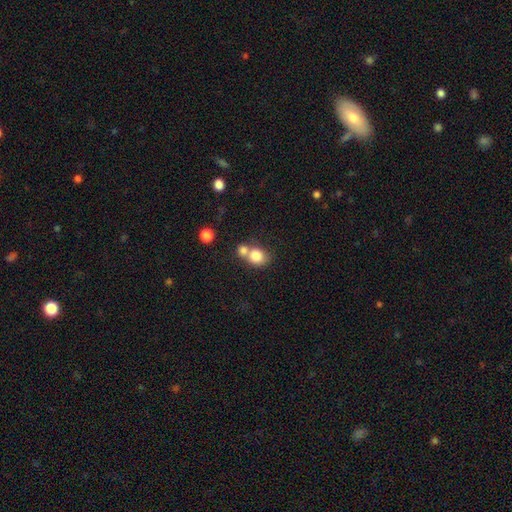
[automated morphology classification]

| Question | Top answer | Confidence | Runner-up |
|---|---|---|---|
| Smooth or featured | smooth | 80% | featured or disk (11%) |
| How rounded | round | 66% | in between (33%) |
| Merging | merger | 51% | none (37%) |